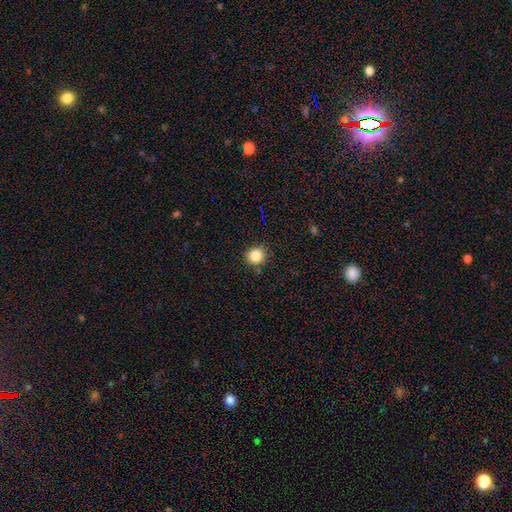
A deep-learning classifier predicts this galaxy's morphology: Smooth or featured?
  - smooth: 84% *
  - star or artifact: 12%
  - featured or disk: 4%
How rounded?
  - round: 90% *
  - in between: 9%
  - cigar-shaped: 1%
Merging?
  - none: 85% *
  - minor disturbance: 10%
  - major disturbance: 3%
  - merger: 2%